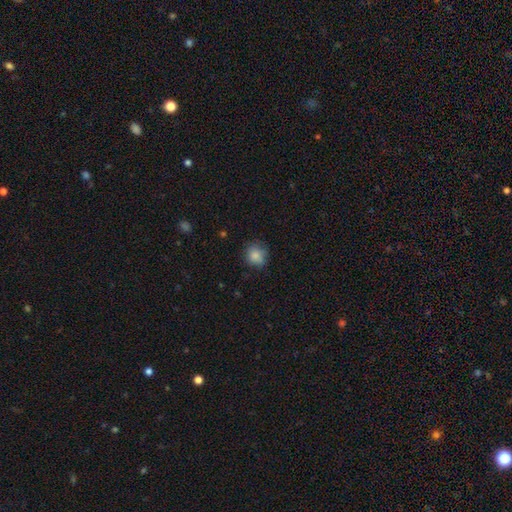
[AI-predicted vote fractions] Smooth or featured?
  - smooth: 84% *
  - star or artifact: 10%
  - featured or disk: 6%
How rounded?
  - round: 86% *
  - in between: 13%
  - cigar-shaped: 1%
Merging?
  - none: 77% *
  - minor disturbance: 18%
  - major disturbance: 4%
  - merger: 1%